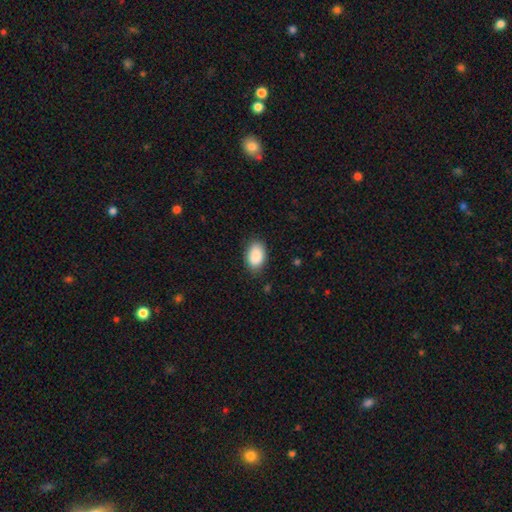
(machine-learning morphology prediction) smooth 90%, star or artifact 7%, featured or disk 4%. Down the decision tree: how rounded — in between (88%); merging — none (83%).